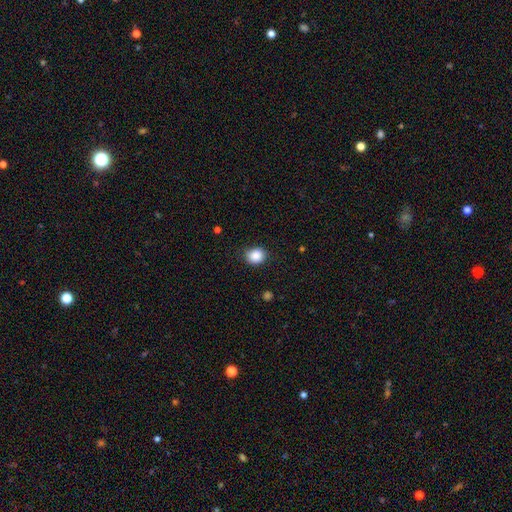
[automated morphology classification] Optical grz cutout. It shows a smooth galaxy with no disk features (88%) that is round (75%). Merging: none (85%).